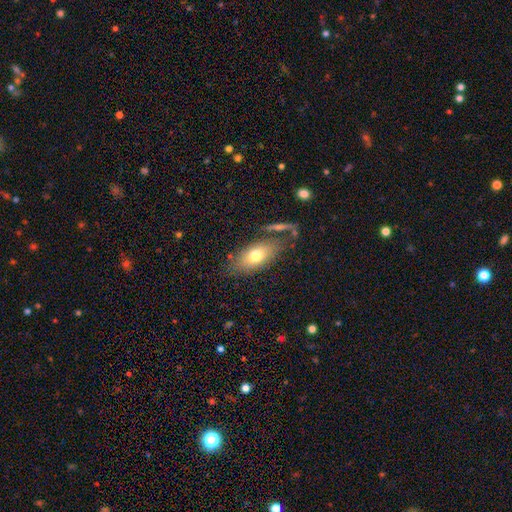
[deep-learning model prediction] Smooth or featured?
  - smooth: 71% *
  - featured or disk: 21%
  - star or artifact: 8%
How rounded?
  - in between: 85% *
  - cigar-shaped: 9%
  - round: 6%
Merging?
  - none: 69% *
  - minor disturbance: 16%
  - merger: 9%
  - major disturbance: 6%